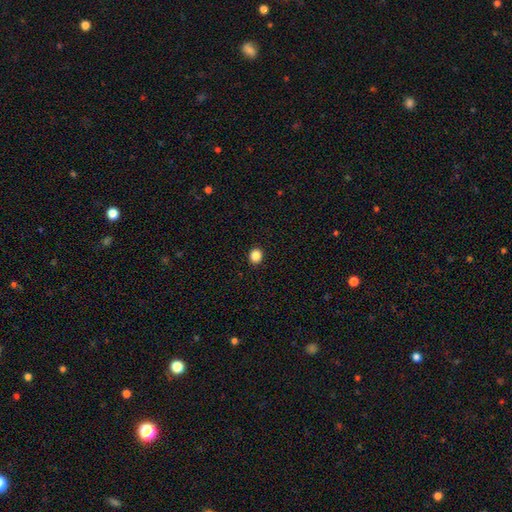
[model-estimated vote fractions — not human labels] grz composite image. It shows a smooth galaxy with no disk features (87%) that is round (79%). Merging: none (93%).